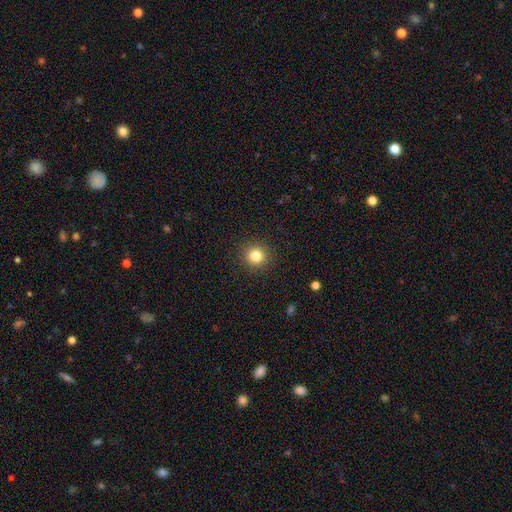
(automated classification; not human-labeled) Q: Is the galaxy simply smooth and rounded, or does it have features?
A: smooth — 83%.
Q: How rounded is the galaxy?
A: round — 94%.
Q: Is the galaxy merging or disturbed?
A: none — 91%.